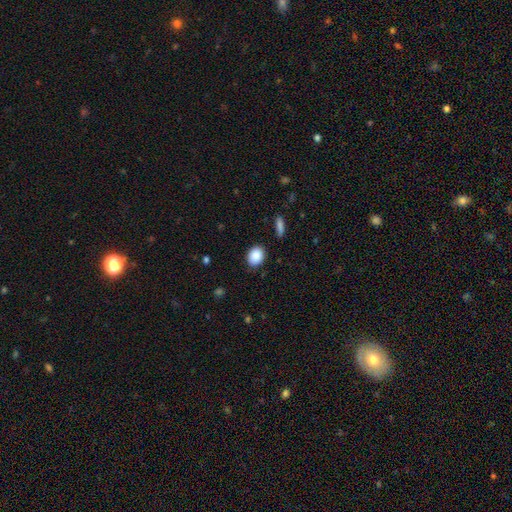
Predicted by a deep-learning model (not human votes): This is clearly a smooth galaxy (88%). How rounded: possibly in between (53%). Merging: clearly none (86%).